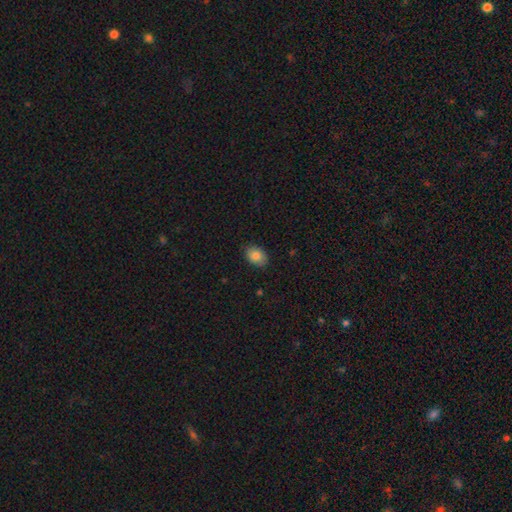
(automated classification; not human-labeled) Smooth or featured? smooth (85%)
How rounded? in between (80%)
Merging? none (86%)